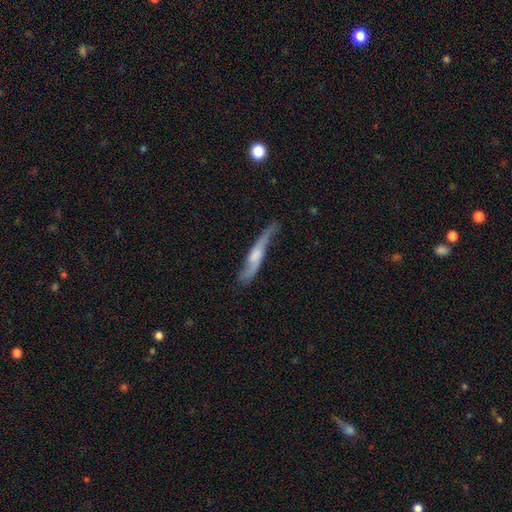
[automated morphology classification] Q: Smooth or featured?
A: featured or disk (63%); runner-up: smooth (31%)
Q: Edge-on disk?
A: yes (55%); runner-up: no (45%)
Q: Merging?
A: none (62%); runner-up: minor disturbance (26%)